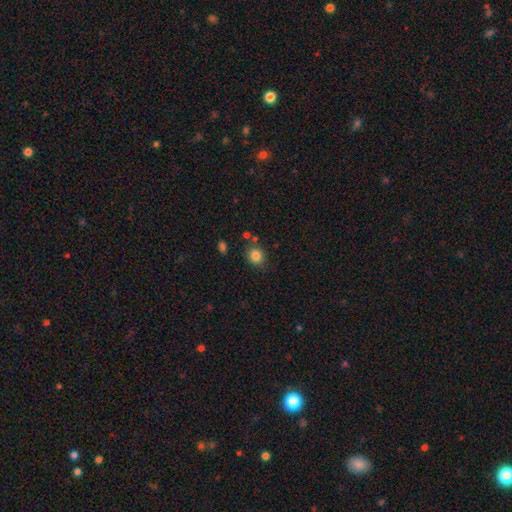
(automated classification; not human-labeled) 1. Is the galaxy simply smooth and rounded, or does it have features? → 83% smooth, 11% star or artifact, 6% featured or disk.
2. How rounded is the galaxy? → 71% round, 28% in between, 1% cigar-shaped.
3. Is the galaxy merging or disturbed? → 79% none, 11% minor disturbance, 6% merger, 3% major disturbance.